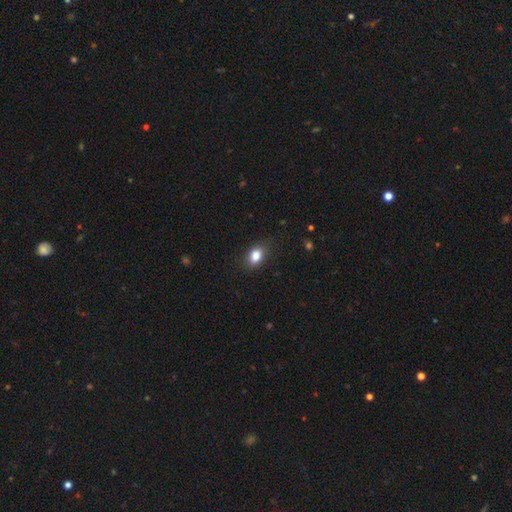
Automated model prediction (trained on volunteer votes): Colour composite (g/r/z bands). It shows a smooth galaxy with no disk features (85%) that is in between round and cigar-shaped (77%). Merging: none (80%).